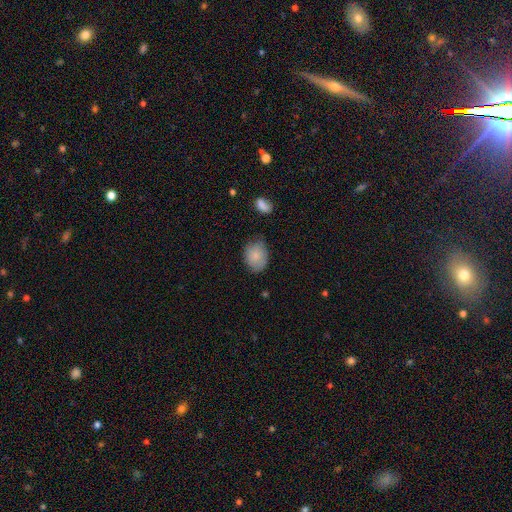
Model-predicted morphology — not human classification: A smooth galaxy with no disk features (84%) that is in between round and cigar-shaped (66%). Merging: none (68%).